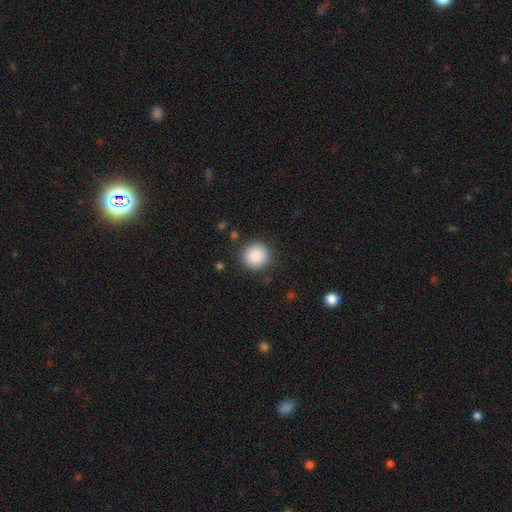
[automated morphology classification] Smooth or featured: smooth — 88% (star or artifact — 8%)
How rounded: round — 94% (in between — 5%)
Merging: none — 89% (minor disturbance — 7%)